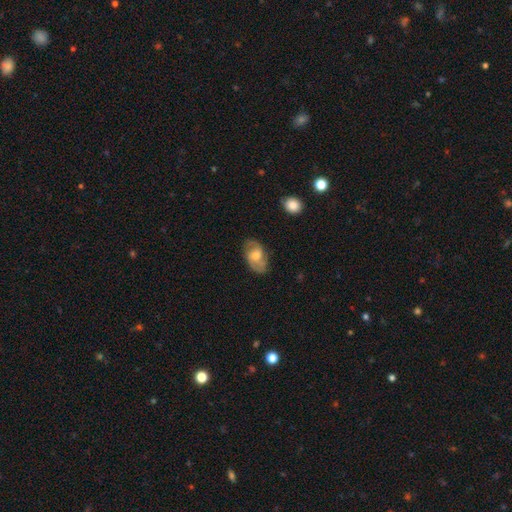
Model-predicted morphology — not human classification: Smooth or featured? Predicted: featured or disk (p=0.61). Edge-on disk? Predicted: no (p=0.96). Bar? Predicted: no (p=0.51). Spiral arms? Predicted: yes (p=0.87). Spiral winding? Predicted: medium (p=0.49). Spiral arm count? Predicted: 2 (p=0.78). Bulge size? Predicted: moderate (p=0.53). Merging? Predicted: none (p=0.72).